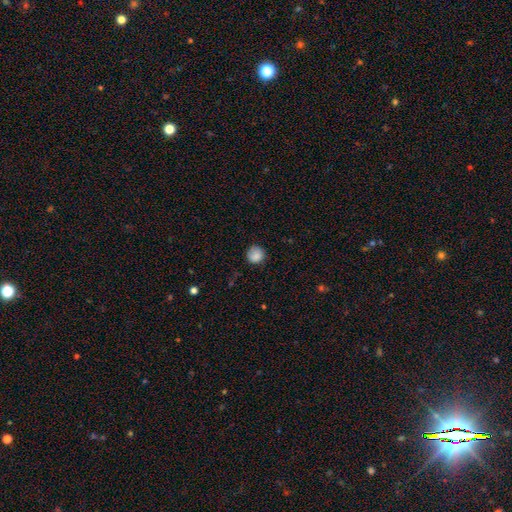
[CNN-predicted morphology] Smooth or featured? Predicted: smooth (p=0.86). How rounded? Predicted: round (p=0.90). Merging? Predicted: none (p=0.79).